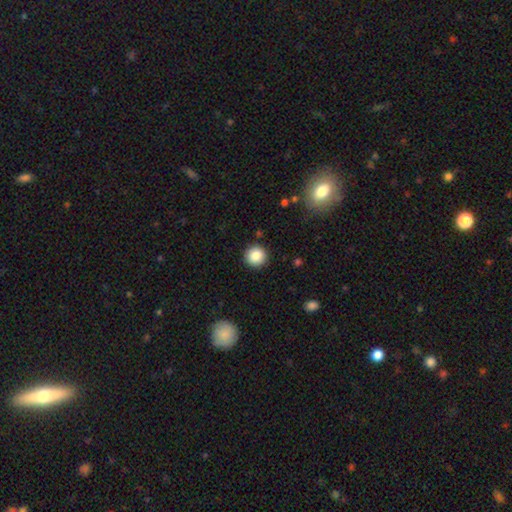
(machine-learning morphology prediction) This appears to be a smooth galaxy with no disk features (86%) that is round (94%). Merging: none (91%).